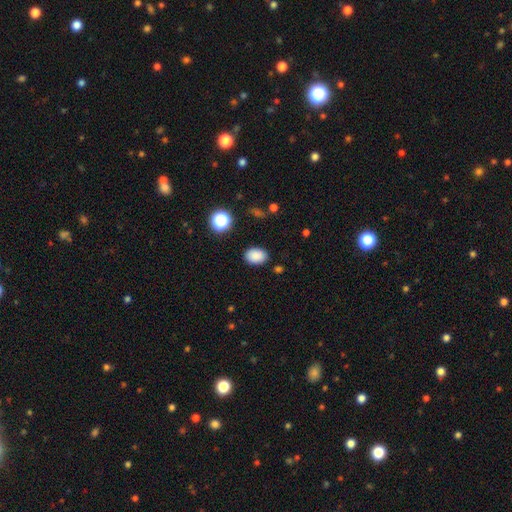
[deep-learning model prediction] A smooth galaxy with no disk features (86%) that is in between round and cigar-shaped (80%).

Vote fractions:
- Smooth or featured? smooth: 86% / star or artifact: 10% / featured or disk: 4%
- How rounded? in between: 80% / round: 19% / cigar-shaped: 1%
- Merging? none: 86% / minor disturbance: 10% / major disturbance: 3% / merger: 2%